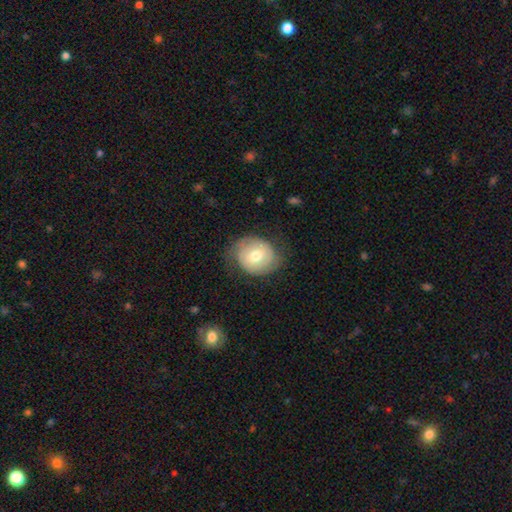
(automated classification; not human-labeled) The model was most divided on "smooth or featured": smooth: 49%, featured or disk: 44%, star or artifact: 7%. More confident: merging — none (66%).